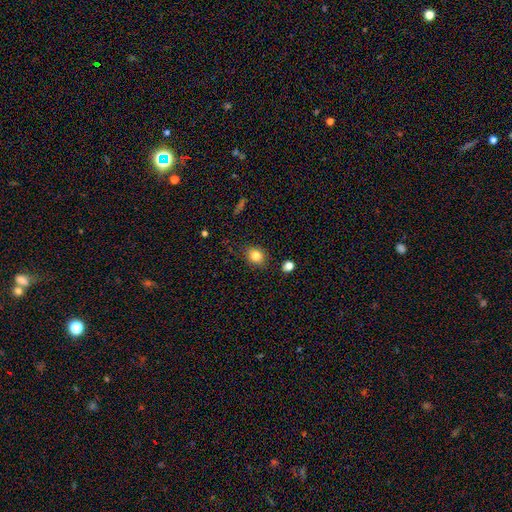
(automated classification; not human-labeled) smooth 81%, star or artifact 11%, featured or disk 7%. Down the decision tree: how rounded — round (63%); merging — none (84%).